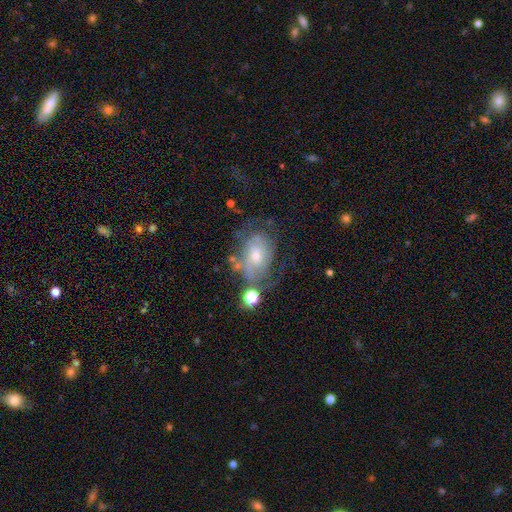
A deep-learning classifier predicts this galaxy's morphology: This is likely a featured or disk galaxy (71%). It is clearly not viewed edge-on (95%). Bar: likely no (63%). Spiral arm pattern: clearly yes (80%). Spiral arm count: possibly can't tell (48%). Spiral winding: possibly tight (53%). Central bulge: possibly small (50%). Merging: possibly none (46%).